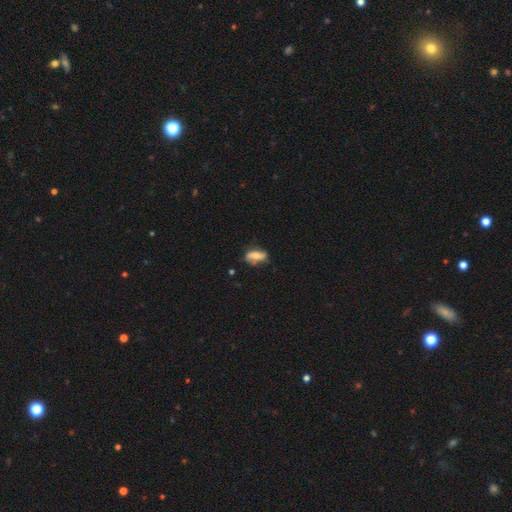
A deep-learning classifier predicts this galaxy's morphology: Q: Smooth or featured?
A: smooth (53%); runner-up: featured or disk (39%)
Q: How rounded?
A: in between (82%); runner-up: cigar-shaped (11%)
Q: Merging?
A: none (59%); runner-up: minor disturbance (28%)